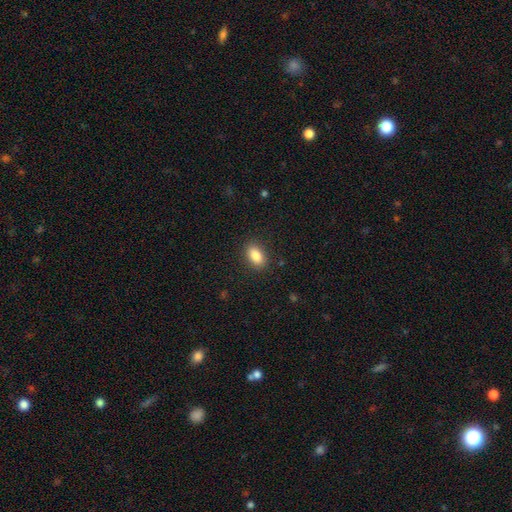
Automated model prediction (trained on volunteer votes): Smooth or featured? Predicted: smooth (p=0.86). How rounded? Predicted: in between (p=0.89). Merging? Predicted: none (p=0.88).